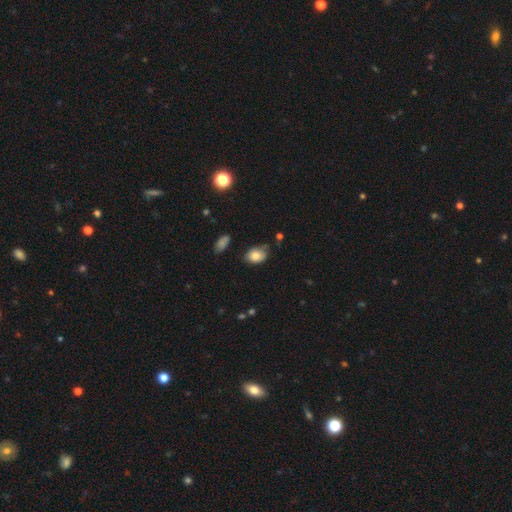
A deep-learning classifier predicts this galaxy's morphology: A smooth galaxy with no disk features (81%) that is in between round and cigar-shaped (78%).

Vote fractions:
- Smooth or featured? smooth: 81% / featured or disk: 10% / star or artifact: 9%
- How rounded? in between: 78% / round: 21% / cigar-shaped: 1%
- Merging? none: 61% / minor disturbance: 29% / major disturbance: 6% / merger: 3%